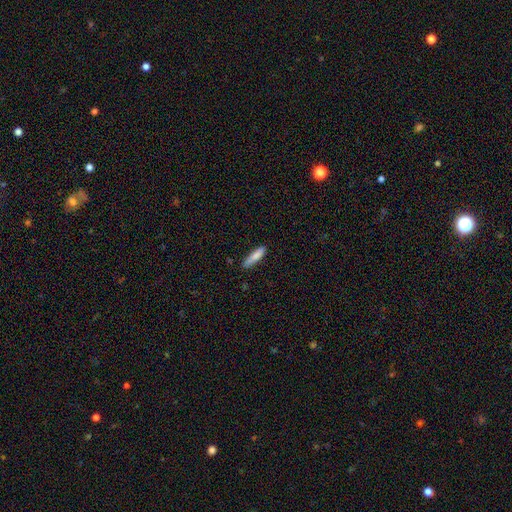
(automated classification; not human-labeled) Smooth or featured? smooth (80%)
How rounded? cigar-shaped (74%)
Merging? none (78%)